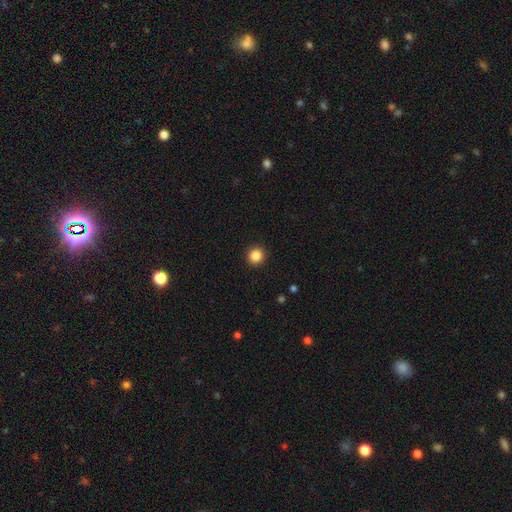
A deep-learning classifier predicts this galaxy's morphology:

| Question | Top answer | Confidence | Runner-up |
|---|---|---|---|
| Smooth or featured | smooth | 86% | star or artifact (11%) |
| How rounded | round | 94% | in between (5%) |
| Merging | none | 93% | minor disturbance (4%) |